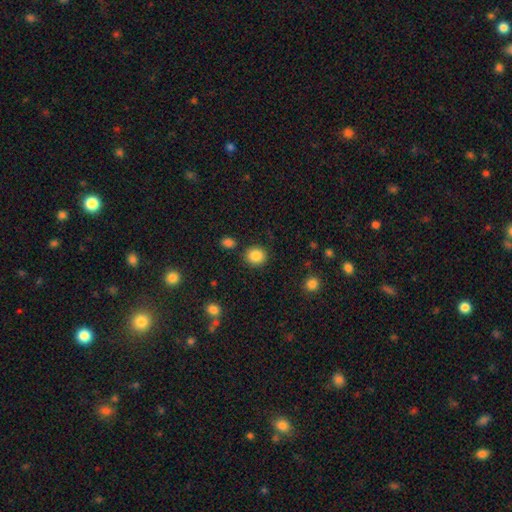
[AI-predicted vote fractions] smooth 87%, star or artifact 9%, featured or disk 4%. Down the decision tree: how rounded — round (82%); merging — none (86%).